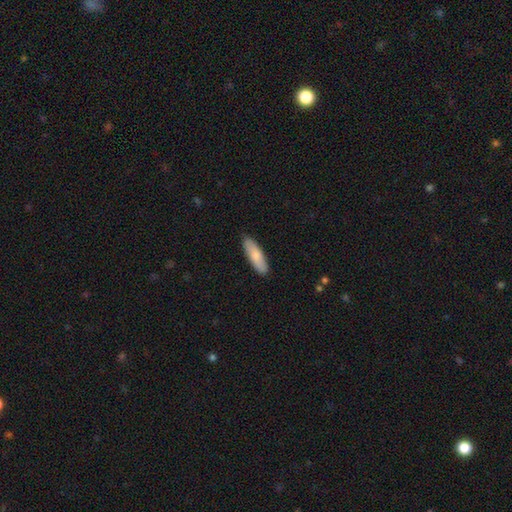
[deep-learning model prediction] A smooth galaxy with no disk features (80%) that is cigar-shaped (52%).

Vote fractions:
- Smooth or featured? smooth: 80% / featured or disk: 15% / star or artifact: 5%
- How rounded? cigar-shaped: 52% / in between: 47% / round: 2%
- Merging? none: 89% / minor disturbance: 9% / major disturbance: 2% / merger: 1%